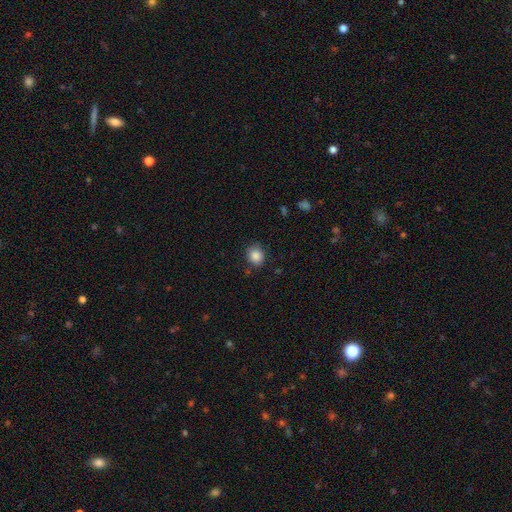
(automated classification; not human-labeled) Smooth or featured?
  - smooth: 87% *
  - star or artifact: 9%
  - featured or disk: 4%
How rounded?
  - round: 73% *
  - in between: 26%
  - cigar-shaped: 1%
Merging?
  - none: 82% *
  - minor disturbance: 13%
  - major disturbance: 3%
  - merger: 2%